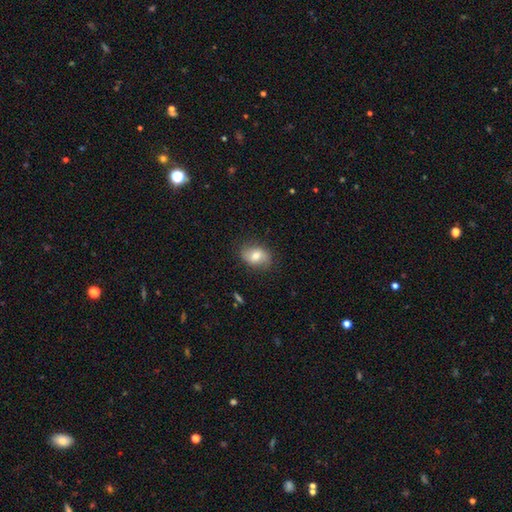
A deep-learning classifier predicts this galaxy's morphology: This is likely a smooth galaxy (70%). How rounded: likely in between (77%). Merging: likely none (79%).